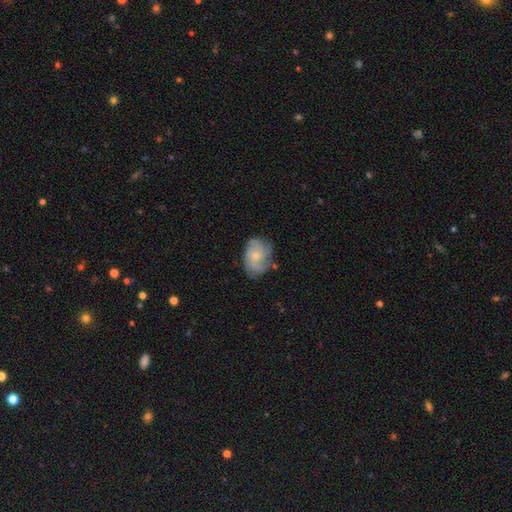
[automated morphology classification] smooth_or_featured: featured or disk (p=0.72) [alt: smooth p=0.21]
disk_edge_on: no (p=0.98) [alt: yes p=0.02]
bar: no (p=0.75) [alt: weak p=0.22]
has_spiral_arms: yes (p=0.92) [alt: no p=0.08]
spiral_winding: medium (p=0.42) [tied with: tight p=0.42]
spiral_arm_count: 4 (p=0.30) [alt: 3 p=0.25]
bulge_size: small (p=0.57) [alt: moderate p=0.37]
merging: none (p=0.68) [alt: minor disturbance p=0.22]